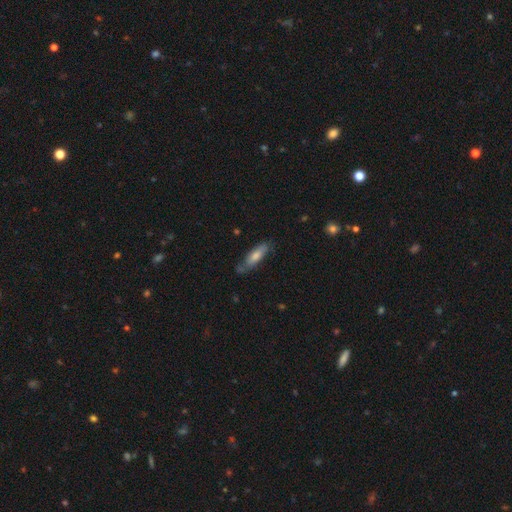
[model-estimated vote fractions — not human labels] This is likely a smooth galaxy (68%). How rounded: possibly cigar-shaped (51%). Merging: likely none (65%).